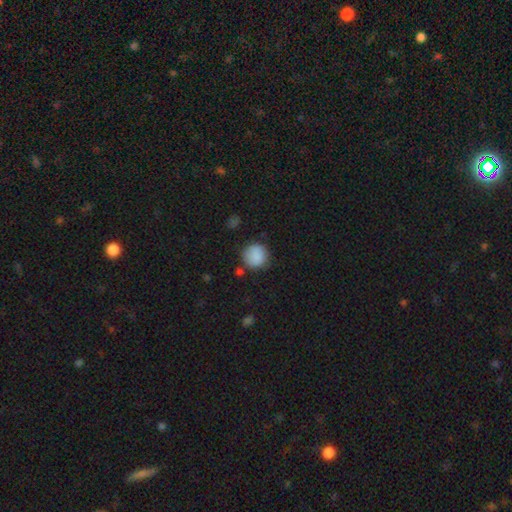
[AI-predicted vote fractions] A smooth galaxy with no disk features (87%) that is round (90%). Merging: none (76%).